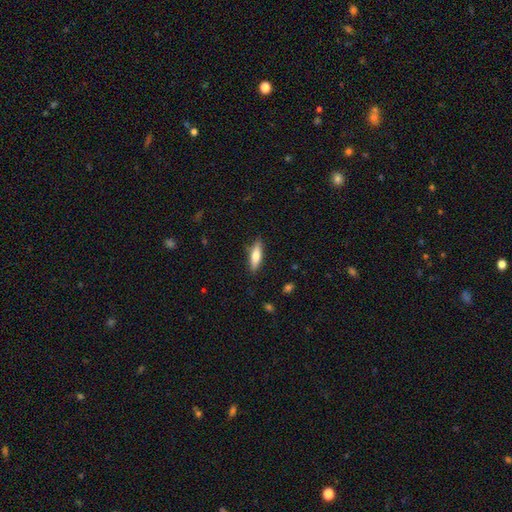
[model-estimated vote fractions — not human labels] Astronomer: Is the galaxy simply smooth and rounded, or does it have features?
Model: smooth — 66%.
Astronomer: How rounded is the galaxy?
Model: cigar-shaped — 58% (runner-up: in between, 40%).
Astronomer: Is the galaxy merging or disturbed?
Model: none — 86%.